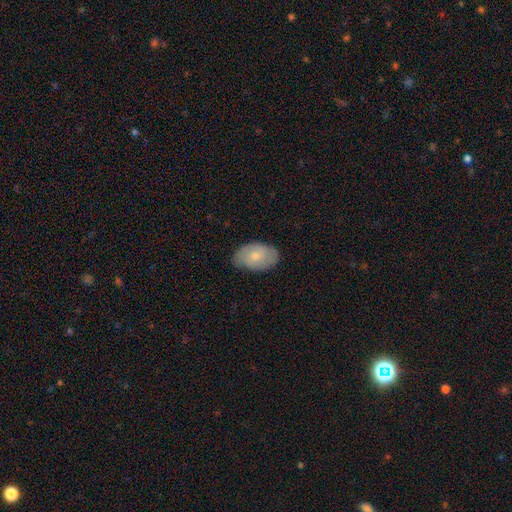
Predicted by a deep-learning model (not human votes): Morphology: type=smooth (70%); roundness=in between (92%); merging=none (78%).